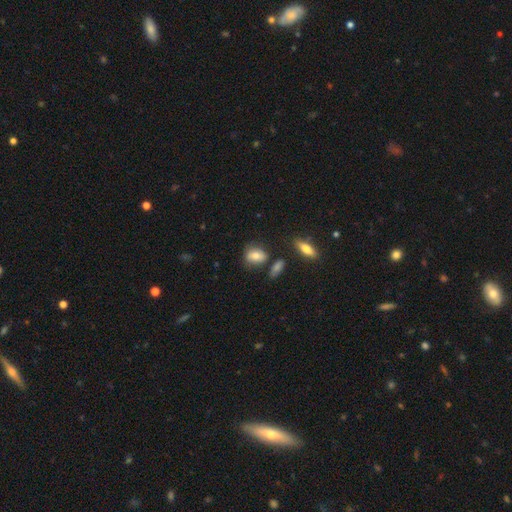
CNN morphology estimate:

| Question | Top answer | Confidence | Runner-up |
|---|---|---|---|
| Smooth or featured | smooth | 74% | featured or disk (17%) |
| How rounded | in between | 69% | round (27%) |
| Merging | none | 63% | minor disturbance (22%) |